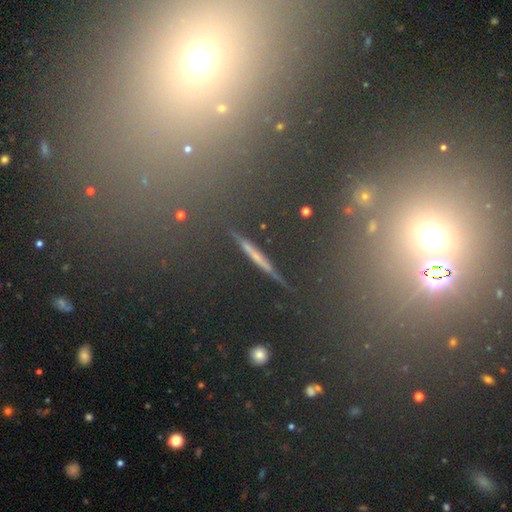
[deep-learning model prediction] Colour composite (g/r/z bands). It shows a star or artifact, not a galaxy (37%).